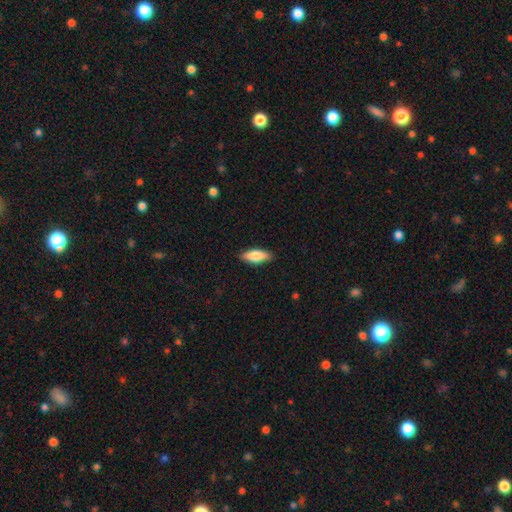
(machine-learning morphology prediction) smooth 80%, featured or disk 14%, star or artifact 6%. Down the decision tree: how rounded — in between (68%); merging — none (88%).